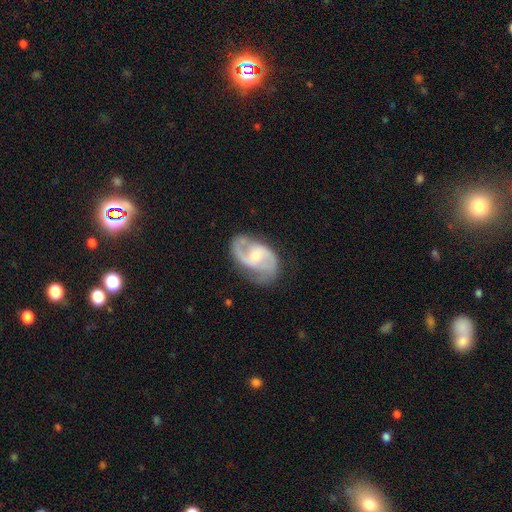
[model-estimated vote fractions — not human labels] Morphology: type=featured or disk (88%); edge-on=no (97%); bar=weak (47%); spiral arms=yes (97%); winding=medium (55%); arm count=2 (90%); bulge=moderate (50%); merging=none (74%).